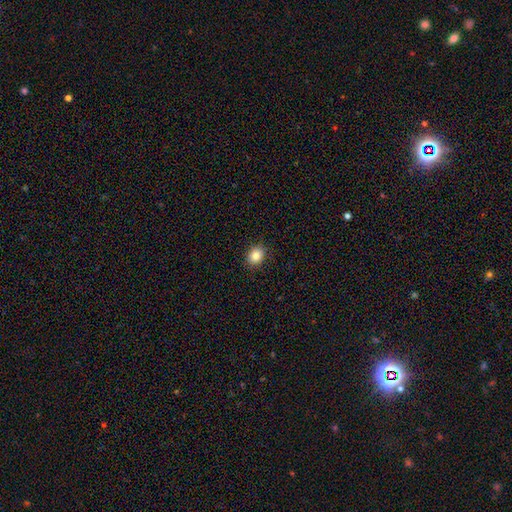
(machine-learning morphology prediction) Smooth or featured: smooth — 85% (star or artifact — 10%)
How rounded: round — 54% (in between — 45%)
Merging: none — 89% (minor disturbance — 8%)